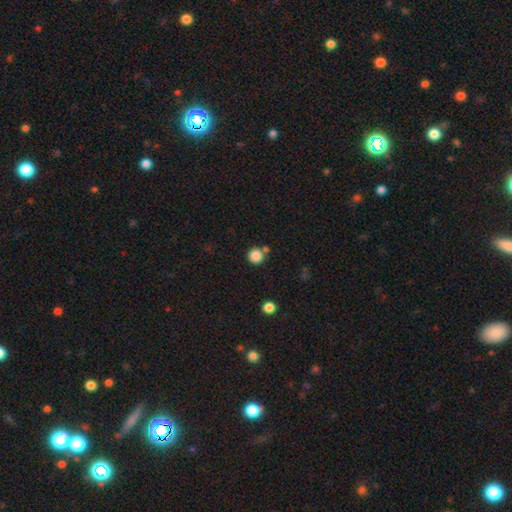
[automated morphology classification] Smooth or featured: smooth — 85% (star or artifact — 11%)
How rounded: round — 94% (in between — 5%)
Merging: none — 77% (merger — 13%)